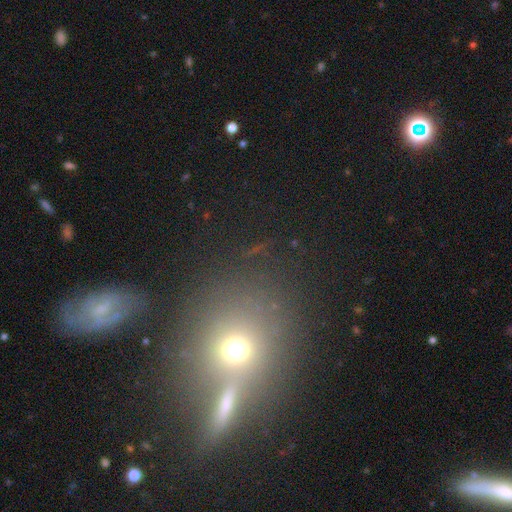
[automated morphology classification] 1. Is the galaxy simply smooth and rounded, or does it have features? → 44% smooth, 36% star or artifact, 20% featured or disk.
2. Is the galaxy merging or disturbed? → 62% none, 20% merger, 11% minor disturbance, 7% major disturbance.